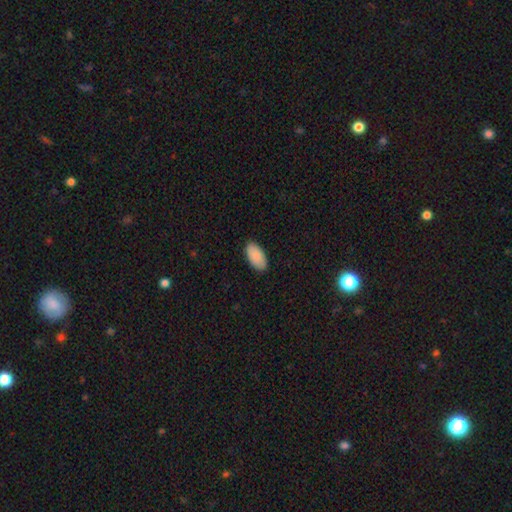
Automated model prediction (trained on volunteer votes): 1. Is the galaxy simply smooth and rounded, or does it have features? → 90% smooth, 6% star or artifact, 4% featured or disk.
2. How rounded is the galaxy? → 96% in between, 2% round, 2% cigar-shaped.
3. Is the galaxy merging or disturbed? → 88% none, 9% minor disturbance, 2% major disturbance, 1% merger.